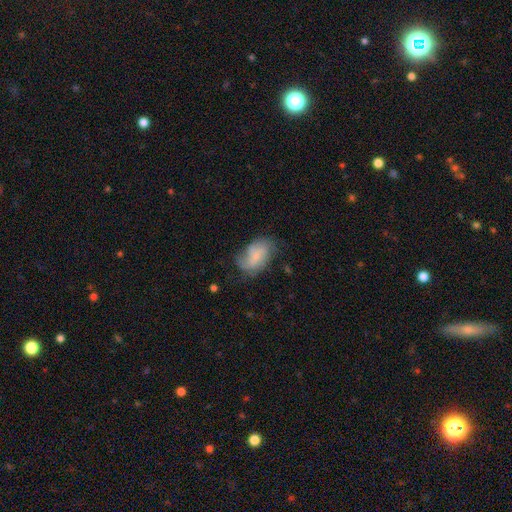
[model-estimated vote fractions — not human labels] Q: Smooth or featured?
A: smooth (47%); runner-up: featured or disk (45%)
Q: Merging?
A: none (52%); runner-up: minor disturbance (30%)